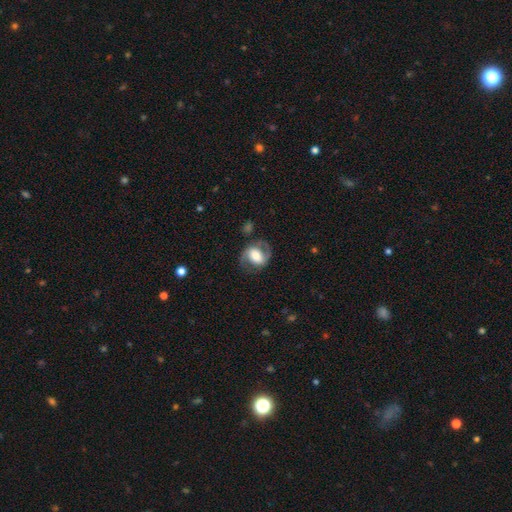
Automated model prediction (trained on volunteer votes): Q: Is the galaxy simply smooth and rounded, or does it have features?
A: featured or disk — 68%.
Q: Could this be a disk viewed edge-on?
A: no — 96%.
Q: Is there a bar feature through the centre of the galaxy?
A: weak — 37%.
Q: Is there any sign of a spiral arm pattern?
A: yes — 85%.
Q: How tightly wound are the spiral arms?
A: medium — 52%.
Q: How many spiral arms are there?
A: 2 — 88%.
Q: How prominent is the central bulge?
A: moderate — 45%.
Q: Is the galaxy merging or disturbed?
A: none — 71%.